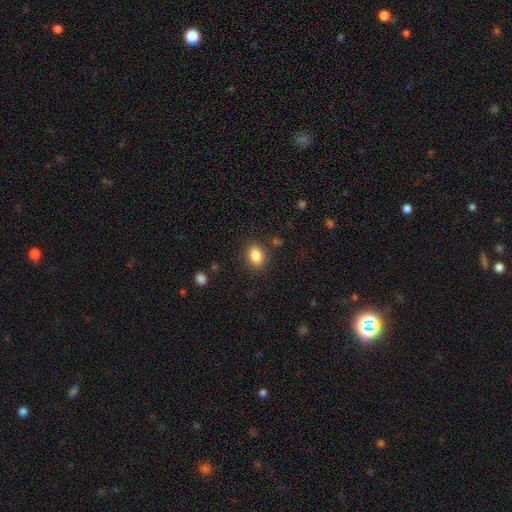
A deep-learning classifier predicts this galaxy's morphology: This is clearly a smooth galaxy (85%). How rounded: likely in between (75%). Merging: clearly none (86%).